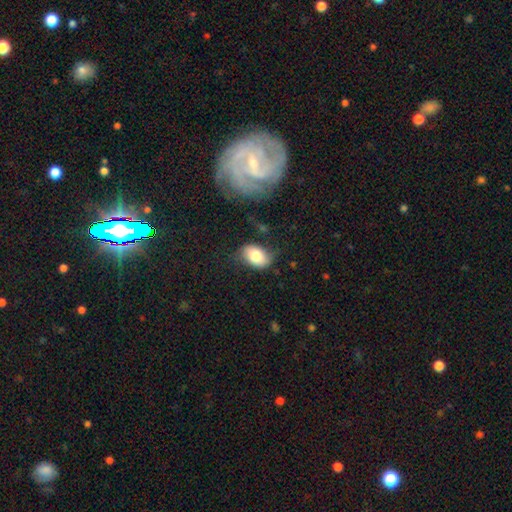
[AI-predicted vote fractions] Q: Smooth or featured?
A: smooth (77%); runner-up: featured or disk (16%)
Q: How rounded?
A: in between (85%); runner-up: round (13%)
Q: Merging?
A: none (63%); runner-up: minor disturbance (25%)